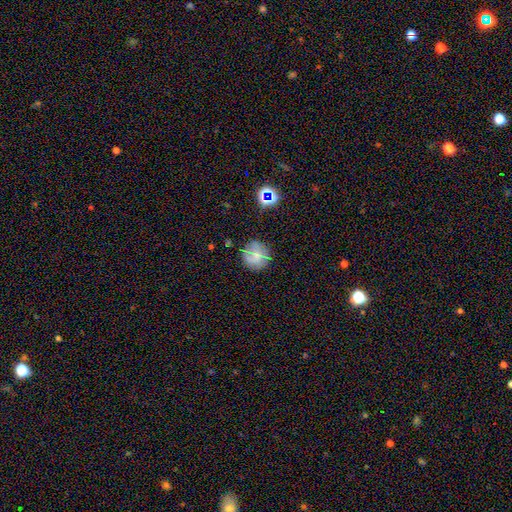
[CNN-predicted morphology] Smooth or featured?
  - smooth: 56% *
  - featured or disk: 31%
  - star or artifact: 13%
How rounded?
  - round: 89% *
  - in between: 10%
  - cigar-shaped: 1%
Merging?
  - none: 74% *
  - minor disturbance: 17%
  - major disturbance: 7%
  - merger: 2%